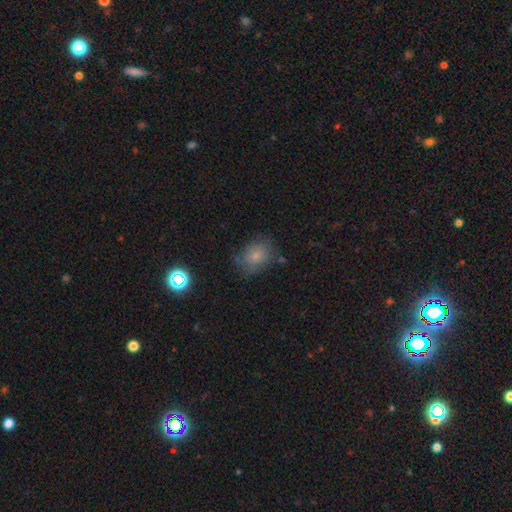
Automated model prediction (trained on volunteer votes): Smooth or featured?
  - smooth: 74% *
  - featured or disk: 14%
  - star or artifact: 13%
How rounded?
  - in between: 57% *
  - round: 42%
  - cigar-shaped: 1%
Merging?
  - none: 63% *
  - minor disturbance: 24%
  - major disturbance: 9%
  - merger: 4%